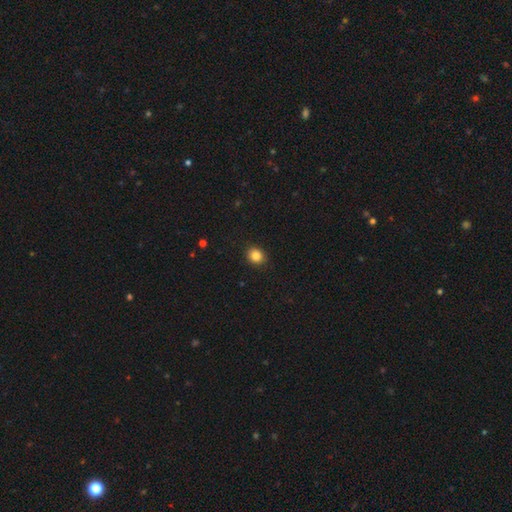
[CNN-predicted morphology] This appears to be a smooth galaxy with no disk features (85%) that is round (73%). Merging: none (90%).